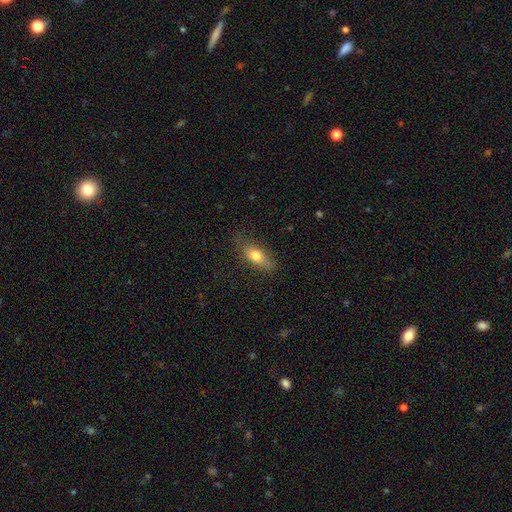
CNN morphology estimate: Q: Smooth or featured?
A: smooth (73%); runner-up: featured or disk (19%)
Q: How rounded?
A: in between (74%); runner-up: cigar-shaped (20%)
Q: Merging?
A: none (73%); runner-up: minor disturbance (20%)